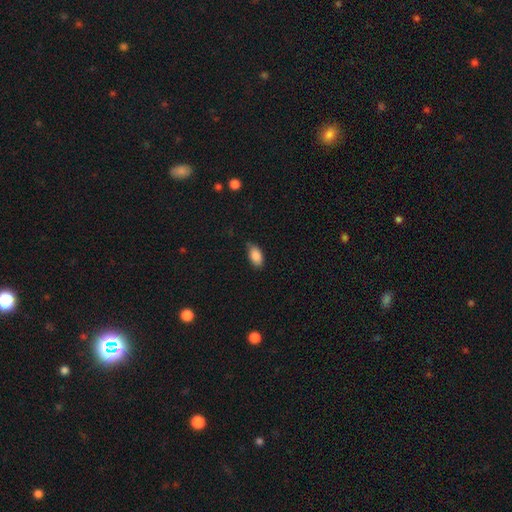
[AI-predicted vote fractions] smooth_or_featured: smooth (p=0.88) [alt: star or artifact p=0.07]
how_rounded: in between (p=0.93) [alt: round p=0.04]
merging: none (p=0.76) [alt: minor disturbance p=0.20]